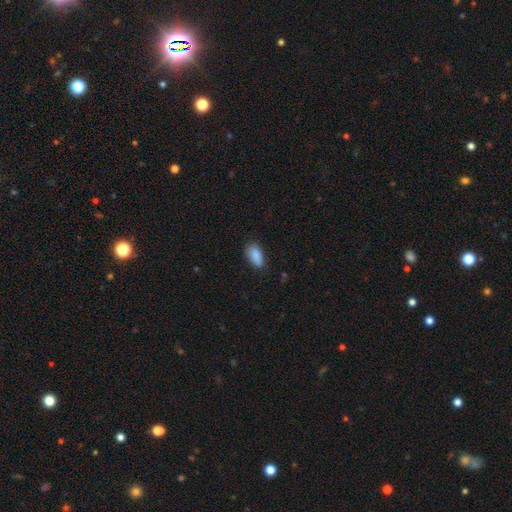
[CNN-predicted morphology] Smooth or featured? smooth (88%)
How rounded? in between (90%)
Merging? none (74%)